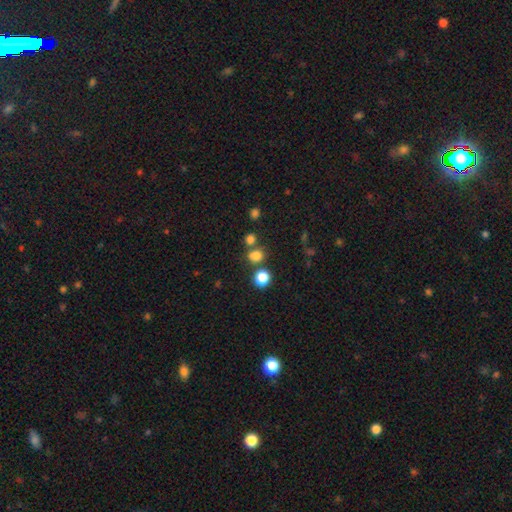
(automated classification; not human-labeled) Morphology: type=smooth (77%); roundness=round (73%); merging=none (68%).